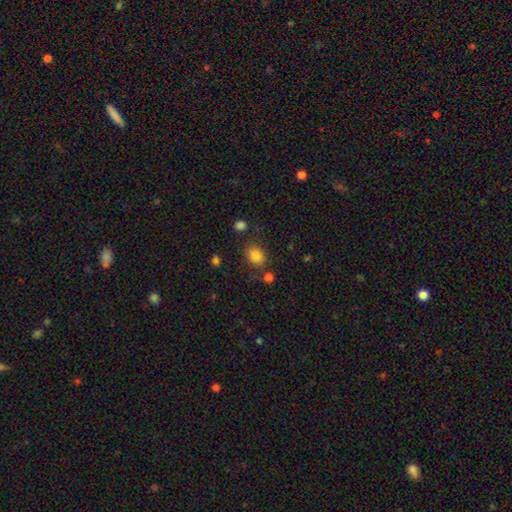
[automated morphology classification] smooth 83%, star or artifact 11%, featured or disk 5%. Down the decision tree: how rounded — in between (51%); merging — none (76%).